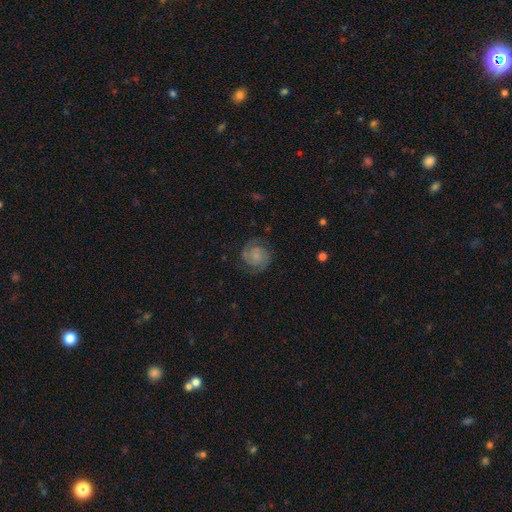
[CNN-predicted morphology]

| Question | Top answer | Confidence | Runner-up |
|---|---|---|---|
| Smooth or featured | featured or disk | 67% | smooth (24%) |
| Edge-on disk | no | 98% | yes (2%) |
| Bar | no | 72% | weak (24%) |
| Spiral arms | yes | 94% | no (6%) |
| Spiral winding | tight | 50% | medium (39%) |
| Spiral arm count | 2 | 75% | can't tell (11%) |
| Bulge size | small | 53% | none (26%) |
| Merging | none | 75% | minor disturbance (16%) |